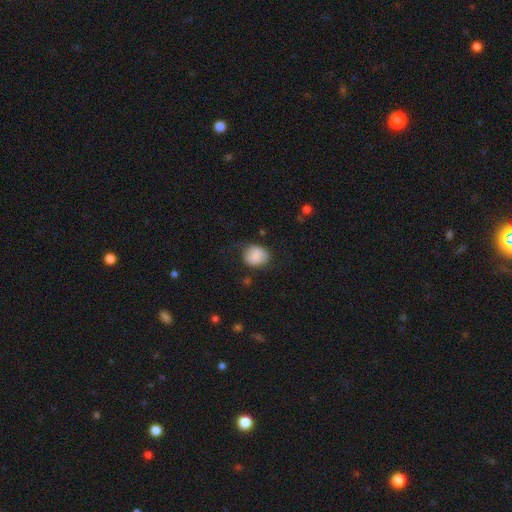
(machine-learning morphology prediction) Smooth or featured? Predicted: smooth (p=0.82). How rounded? Predicted: round (p=0.64). Merging? Predicted: none (p=0.67).